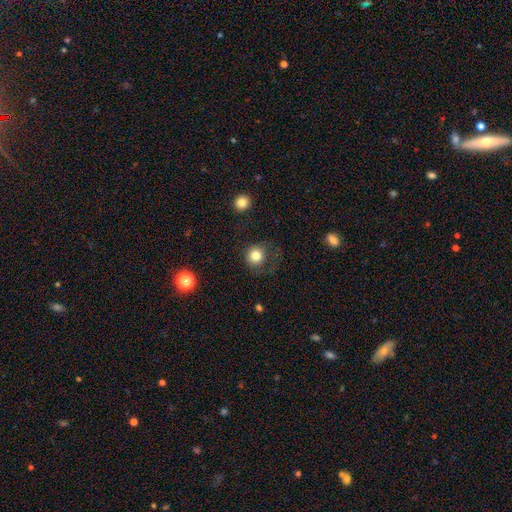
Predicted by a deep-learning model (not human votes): This is clearly a smooth galaxy (80%). How rounded: clearly round (90%). Merging: likely none (63%).